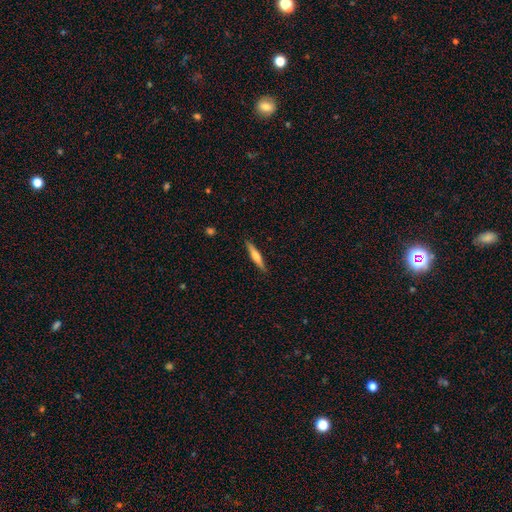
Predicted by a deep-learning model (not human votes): smooth_or_featured: smooth (p=0.50) [alt: featured or disk p=0.44]
how_rounded: cigar-shaped (p=0.89) [alt: in between p=0.09]
merging: none (p=0.89) [alt: minor disturbance p=0.08]